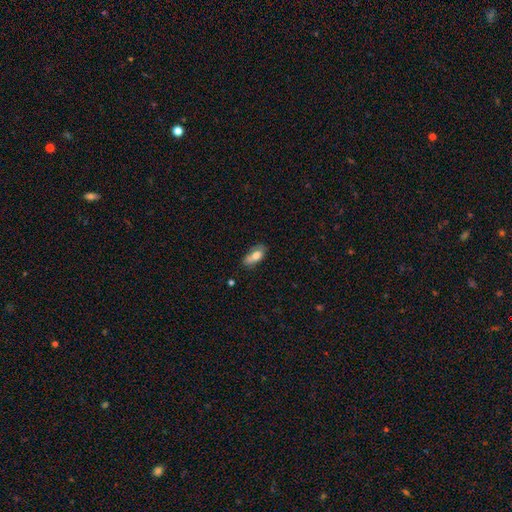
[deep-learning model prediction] smooth-or-featured: smooth: 71% | featured or disk: 21% | star or artifact: 8%
  how-rounded: in between: 87% | cigar-shaped: 9% | round: 4%
  merging: none: 51% | minor disturbance: 29% | merger: 10% | major disturbance: 10%